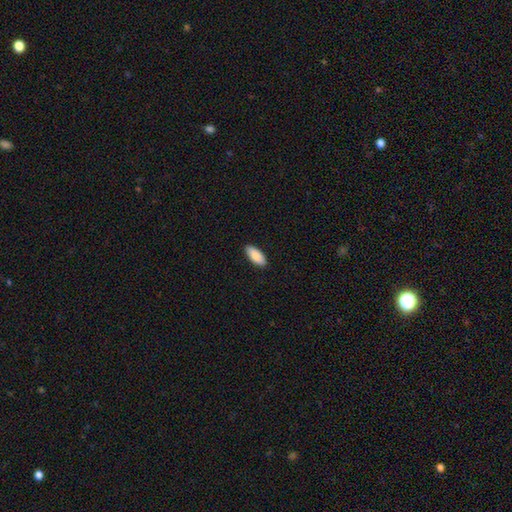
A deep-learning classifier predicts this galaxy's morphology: Q: Smooth or featured?
A: smooth (88%); runner-up: featured or disk (7%)
Q: How rounded?
A: in between (88%); runner-up: cigar-shaped (10%)
Q: Merging?
A: none (90%); runner-up: minor disturbance (8%)